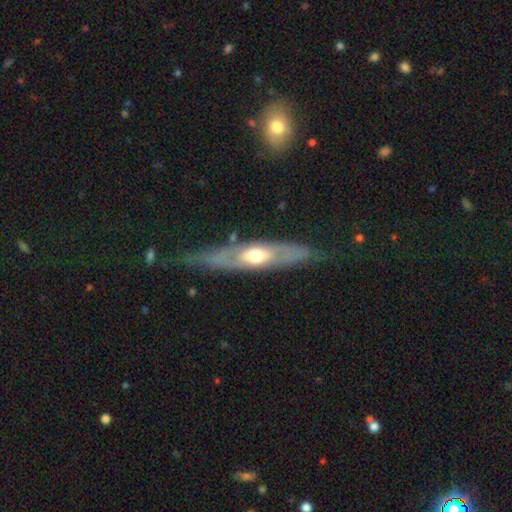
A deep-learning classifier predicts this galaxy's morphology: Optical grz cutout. It shows a featured or disk galaxy (64%) viewed edge-on (54%). Merging: none (70%).